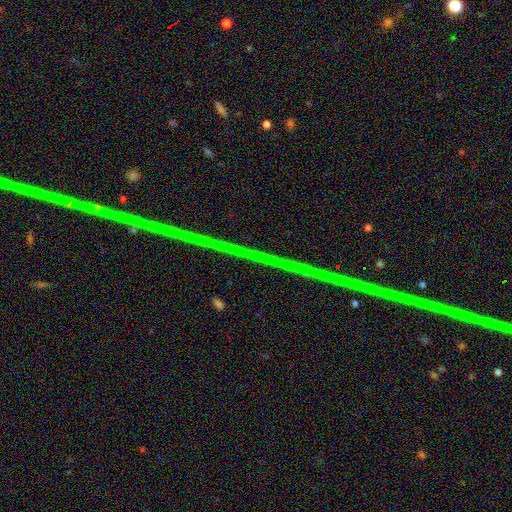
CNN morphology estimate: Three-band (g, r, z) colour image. It shows a star or artifact, not a galaxy (76%).